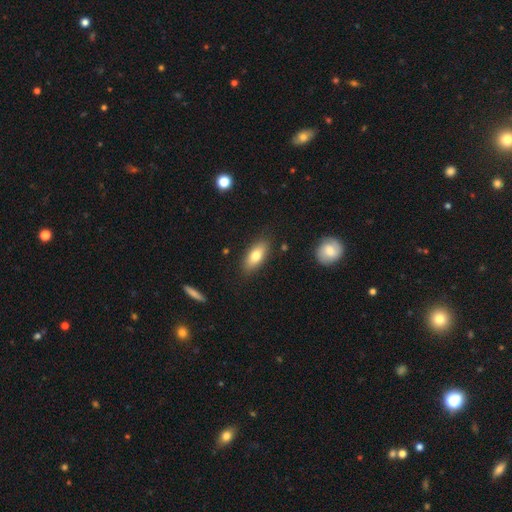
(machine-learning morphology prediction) smooth_or_featured: smooth (p=0.77) [alt: featured or disk p=0.16]
how_rounded: in between (p=0.81) [alt: cigar-shaped p=0.15]
merging: none (p=0.84) [alt: minor disturbance p=0.11]